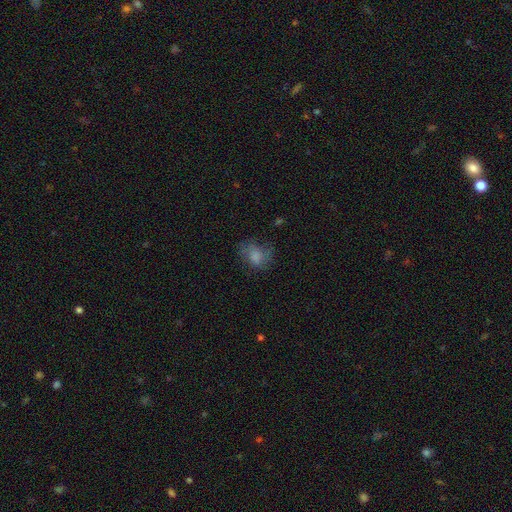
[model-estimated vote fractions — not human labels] smooth 70%, featured or disk 19%, star or artifact 11%. Down the decision tree: how rounded — in between (60%); merging — none (52%).